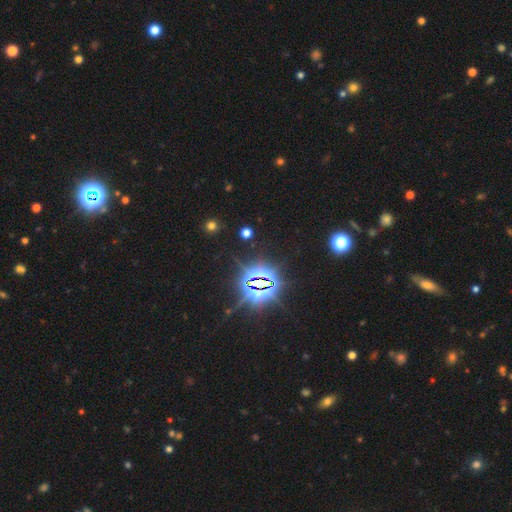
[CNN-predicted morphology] A star or artifact, not a galaxy (85%).